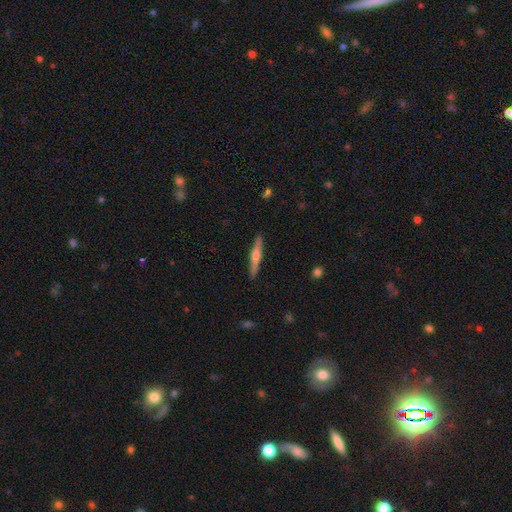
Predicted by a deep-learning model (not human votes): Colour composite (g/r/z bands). It shows a featured or disk galaxy (49%). Merging: none (90%).